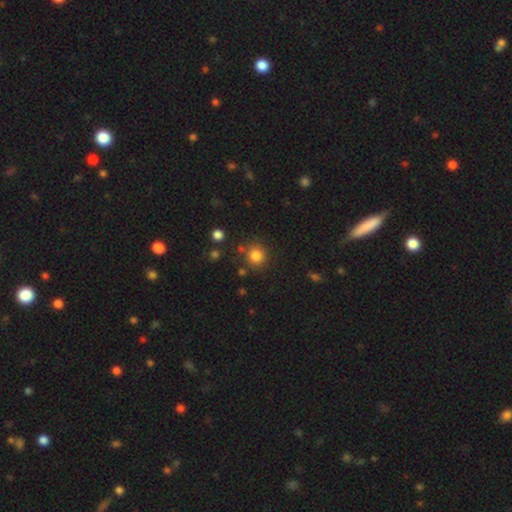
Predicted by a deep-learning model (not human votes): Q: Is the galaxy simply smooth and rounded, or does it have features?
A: smooth — 82%.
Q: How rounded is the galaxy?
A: round — 91%.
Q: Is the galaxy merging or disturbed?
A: none — 82%.